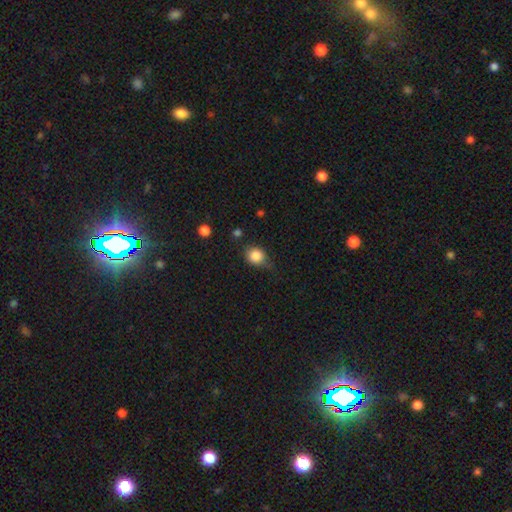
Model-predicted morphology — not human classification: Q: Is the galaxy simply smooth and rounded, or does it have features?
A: smooth — 84%.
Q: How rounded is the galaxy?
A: round — 71%.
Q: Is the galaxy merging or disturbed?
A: none — 61%.